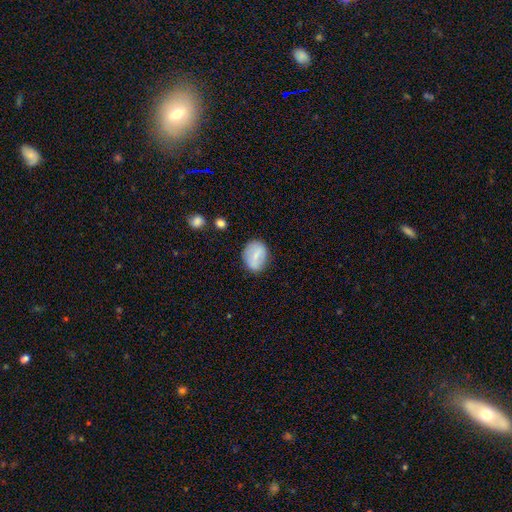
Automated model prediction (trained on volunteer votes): Smooth or featured? smooth (67%)
How rounded? in between (61%)
Merging? none (79%)